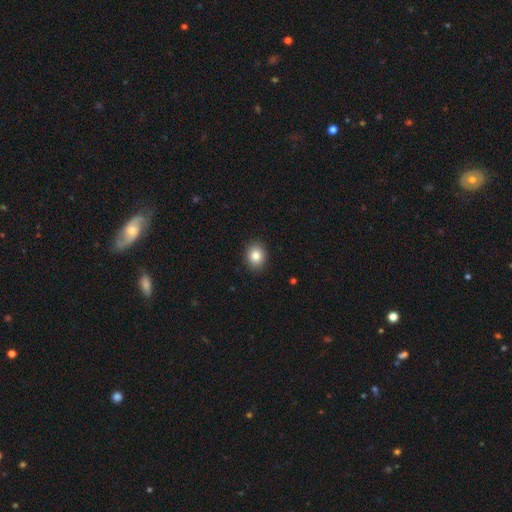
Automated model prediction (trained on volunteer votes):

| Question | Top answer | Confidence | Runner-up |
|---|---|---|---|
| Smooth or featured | smooth | 84% | star or artifact (9%) |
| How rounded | round | 50% | in between (49%) |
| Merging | none | 90% | minor disturbance (8%) |